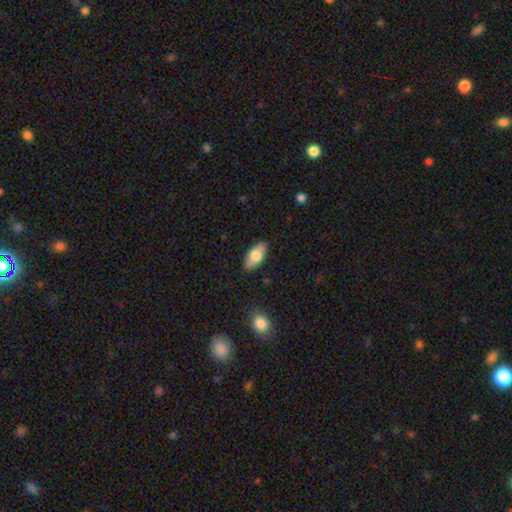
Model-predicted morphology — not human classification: Overall: smooth (75%). How rounded: in between (92%). Merging: none (87%).